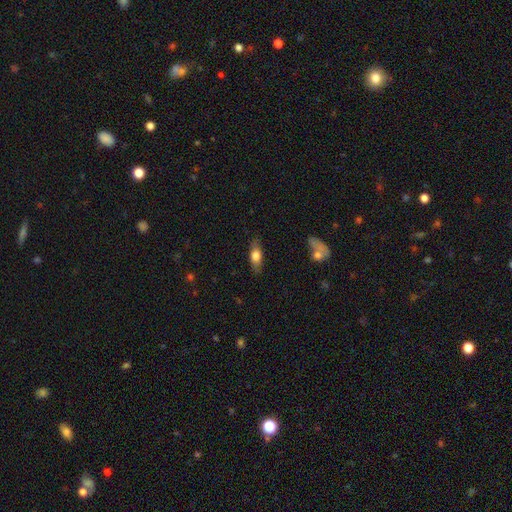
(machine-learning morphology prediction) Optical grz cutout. It shows a smooth galaxy with no disk features (67%) that is in between round and cigar-shaped (70%). Merging: none (81%).